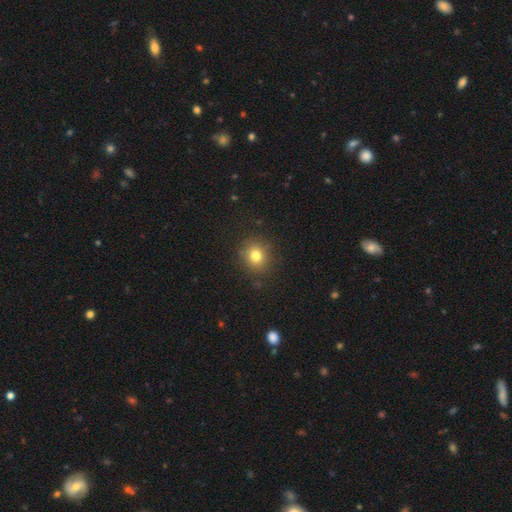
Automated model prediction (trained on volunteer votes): This is likely a smooth galaxy (78%). How rounded: likely round (80%). Merging: clearly none (87%).